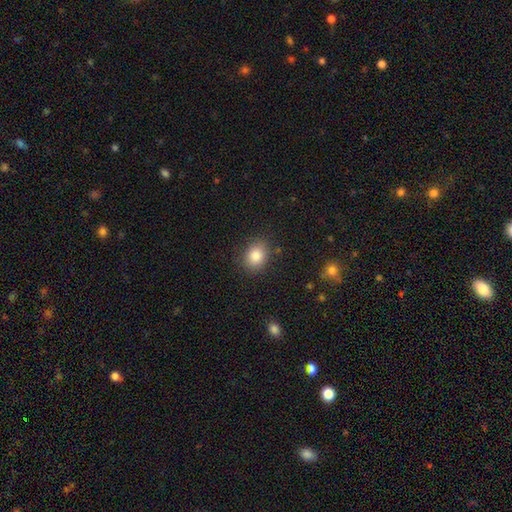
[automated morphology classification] Smooth or featured?
  - smooth: 85% *
  - star or artifact: 9%
  - featured or disk: 6%
How rounded?
  - round: 53% *
  - in between: 47%
  - cigar-shaped: 1%
Merging?
  - none: 83% *
  - minor disturbance: 12%
  - major disturbance: 3%
  - merger: 2%